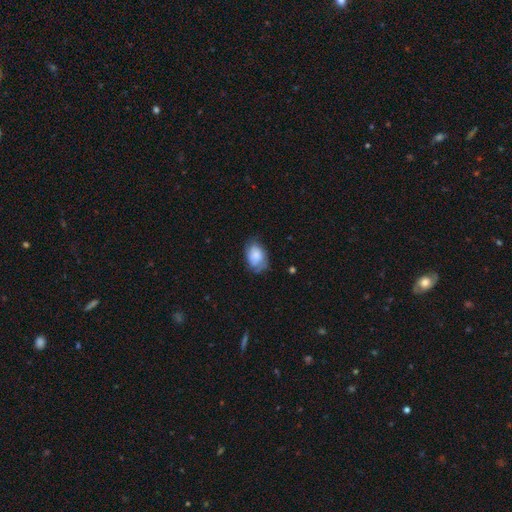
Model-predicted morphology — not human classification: smooth 78%, featured or disk 15%, star or artifact 7%. Down the decision tree: how rounded — in between (85%); merging — none (58%).